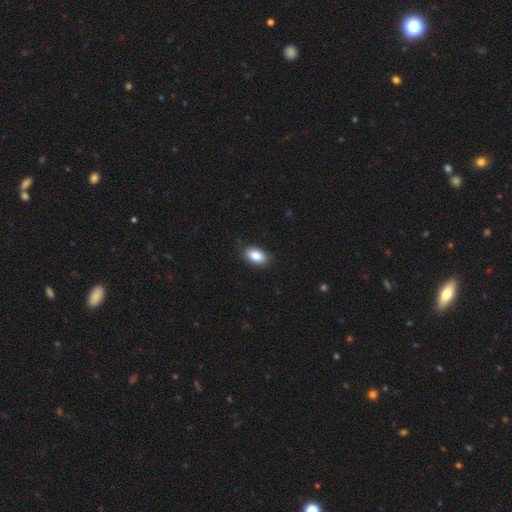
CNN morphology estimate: A smooth galaxy with no disk features (88%) that is in between round and cigar-shaped (93%). Merging: none (86%).